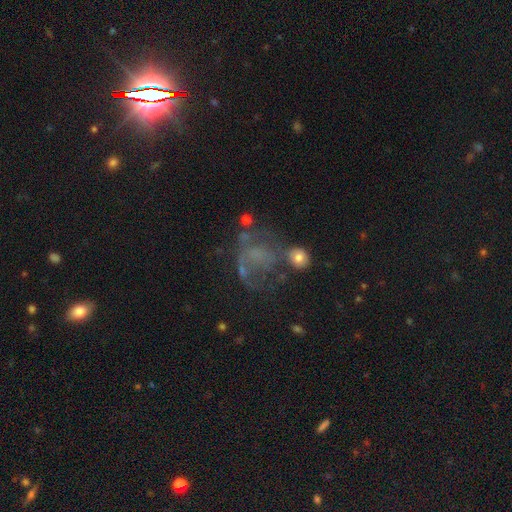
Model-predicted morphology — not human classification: Smooth or featured? featured or disk (50%)
Edge-on disk? no (97%)
Merging? major disturbance (40%)